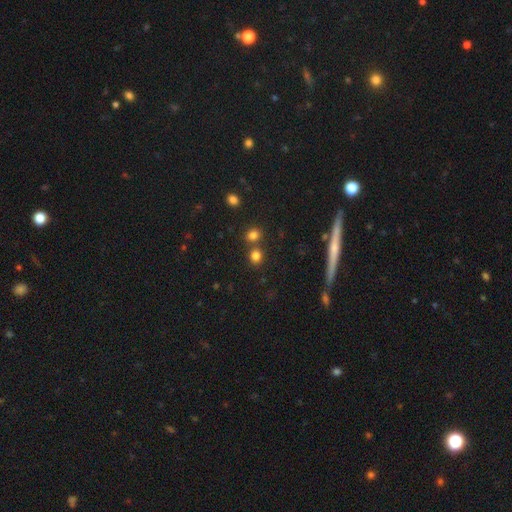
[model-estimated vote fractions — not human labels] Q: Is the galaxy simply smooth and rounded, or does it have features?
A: smooth — 79%.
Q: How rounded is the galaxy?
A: round — 76%.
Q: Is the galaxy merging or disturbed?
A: none — 65%.